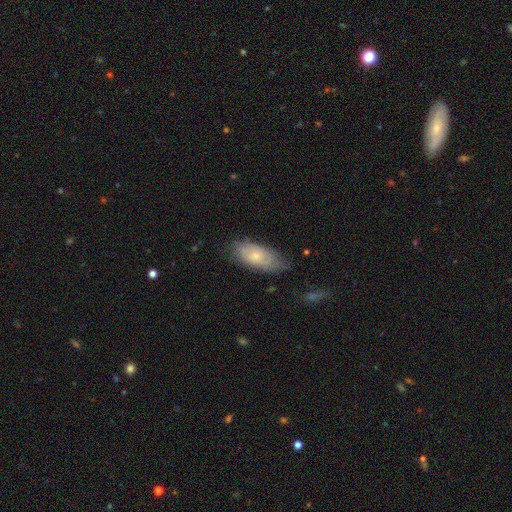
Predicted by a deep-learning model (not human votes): Smooth or featured?
  - smooth: 56% *
  - featured or disk: 37%
  - star or artifact: 7%
How rounded?
  - in between: 85% *
  - cigar-shaped: 12%
  - round: 3%
Merging?
  - none: 63% *
  - minor disturbance: 28%
  - major disturbance: 8%
  - merger: 2%